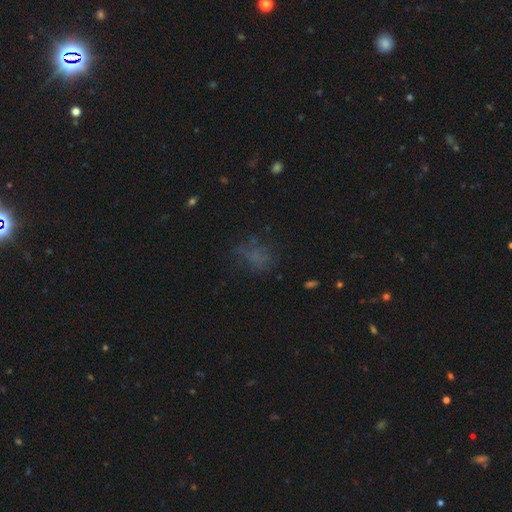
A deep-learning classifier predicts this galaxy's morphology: This appears to be a smooth galaxy with no disk features (53%) that is in between round and cigar-shaped (53%). Merging: none (55%).